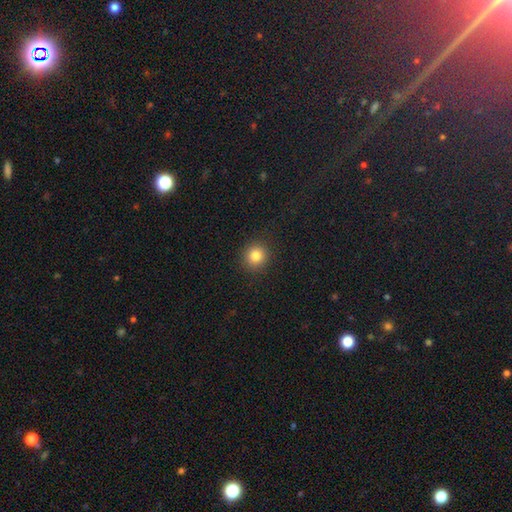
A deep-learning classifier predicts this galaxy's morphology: Smooth or featured? Predicted: smooth (p=0.83). How rounded? Predicted: round (p=0.91). Merging? Predicted: none (p=0.91).